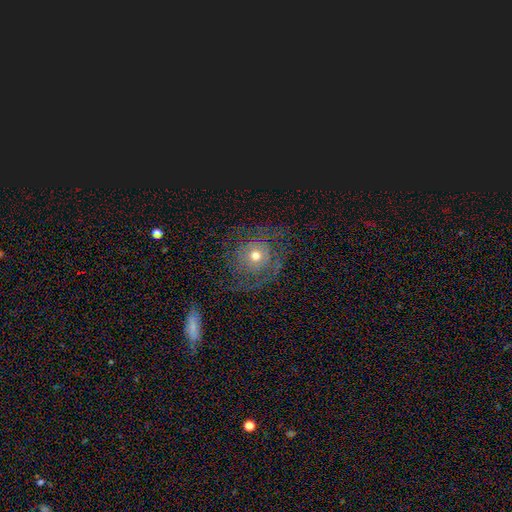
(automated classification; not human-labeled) This is possibly a featured or disk galaxy (54%). It is clearly not viewed edge-on (96%). Bar: clearly no (86%). Spiral arm pattern: likely yes (61%). Central bulge: likely moderate (66%). Merging: likely none (66%).